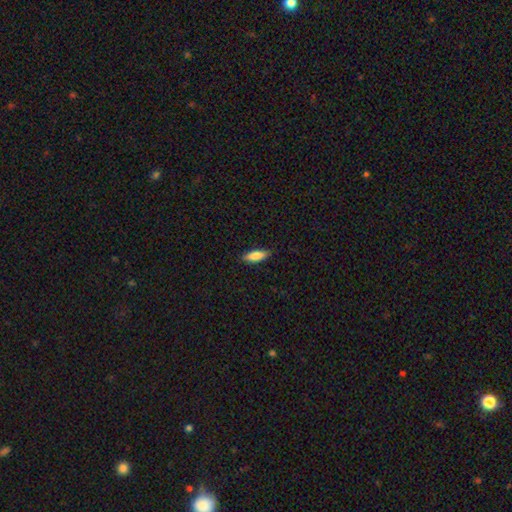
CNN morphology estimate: type=smooth (84%); roundness=in between (55%); merging=none (87%).